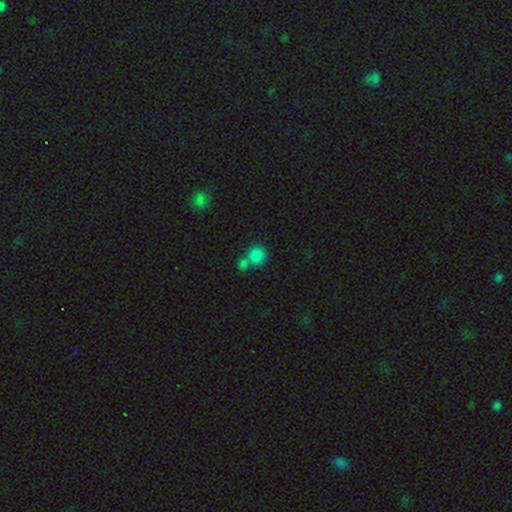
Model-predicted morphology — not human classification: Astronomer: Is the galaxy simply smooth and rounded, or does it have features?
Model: smooth — 81%.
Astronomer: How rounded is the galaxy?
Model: round — 88%.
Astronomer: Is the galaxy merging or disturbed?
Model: none — 48% (runner-up: merger, 41%).